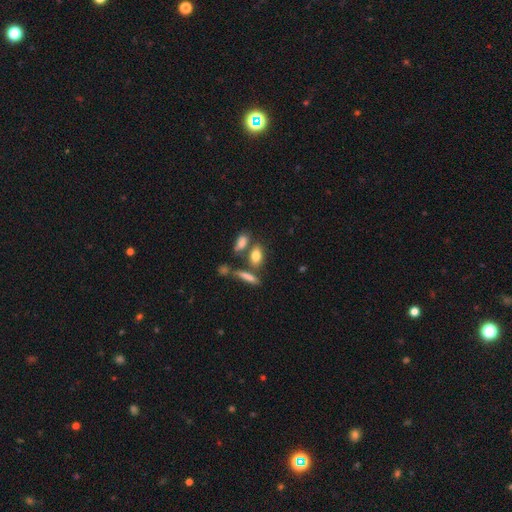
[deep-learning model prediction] Smooth or featured? smooth (77%)
How rounded? in between (73%)
Merging? none (57%)